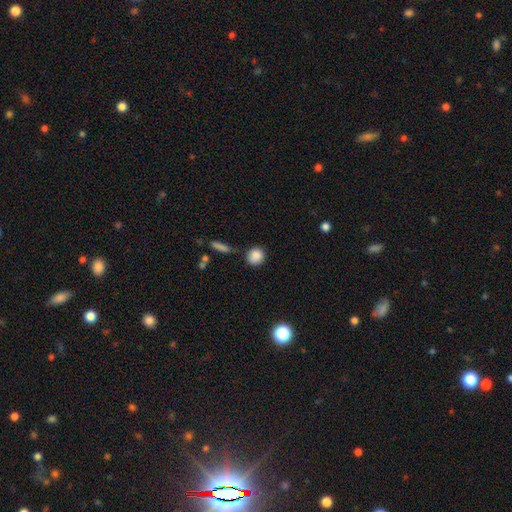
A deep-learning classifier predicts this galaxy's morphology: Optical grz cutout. It shows a smooth galaxy with no disk features (87%) that is round (87%). Merging: none (75%).